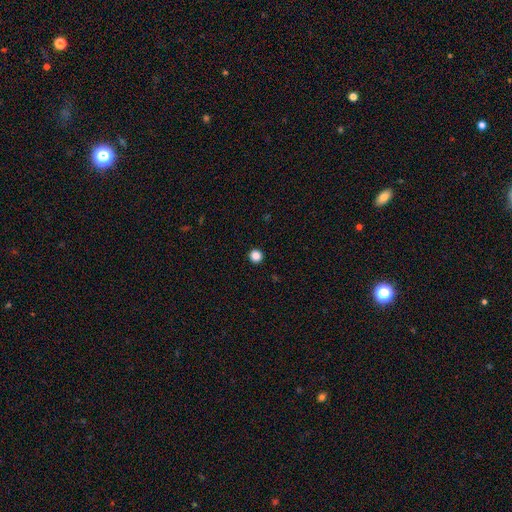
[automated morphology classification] A smooth galaxy with no disk features (87%) that is round (96%).

Vote fractions:
- Smooth or featured? smooth: 87% / star or artifact: 11% / featured or disk: 3%
- How rounded? round: 96% / in between: 3% / cigar-shaped: 1%
- Merging? none: 94% / minor disturbance: 4% / major disturbance: 1% / merger: 1%